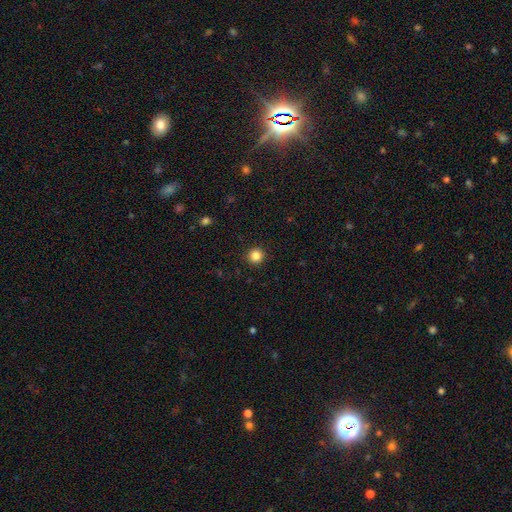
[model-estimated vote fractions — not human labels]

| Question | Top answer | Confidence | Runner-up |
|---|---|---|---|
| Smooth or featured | smooth | 85% | star or artifact (11%) |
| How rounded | round | 95% | in between (4%) |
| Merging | none | 93% | minor disturbance (4%) |